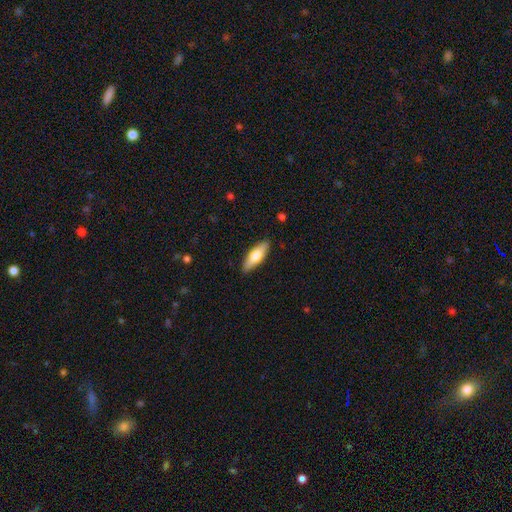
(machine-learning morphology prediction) A smooth galaxy with no disk features (67%) that is in between round and cigar-shaped (58%). Merging: none (89%).